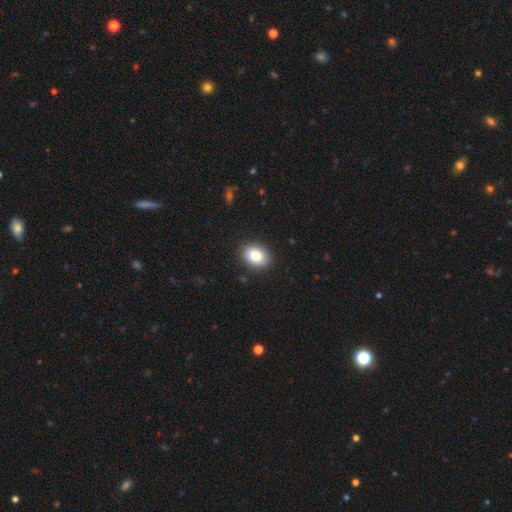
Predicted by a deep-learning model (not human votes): This appears to be a smooth galaxy with no disk features (83%) that is in between round and cigar-shaped (67%). Merging: none (90%).